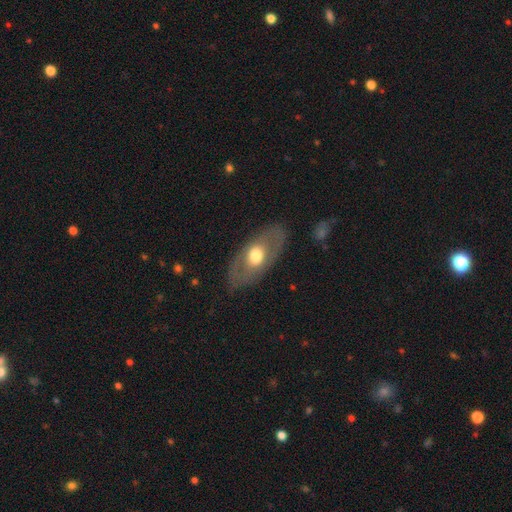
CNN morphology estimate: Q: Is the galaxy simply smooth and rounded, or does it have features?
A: featured or disk — 47%, tied with smooth.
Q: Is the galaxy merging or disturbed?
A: none — 81%.